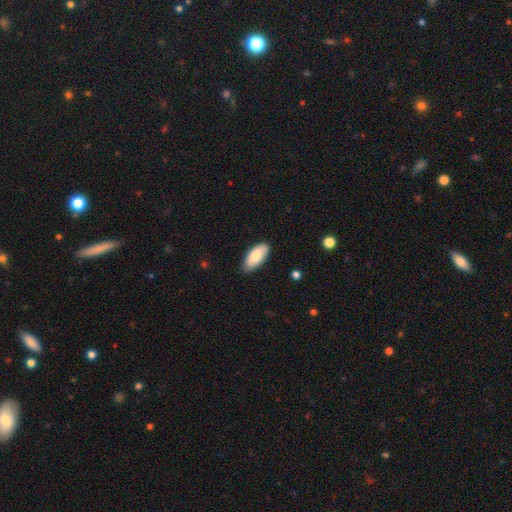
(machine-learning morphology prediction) smooth 83%, featured or disk 11%, star or artifact 6%. Down the decision tree: how rounded — in between (91%); merging — none (81%).